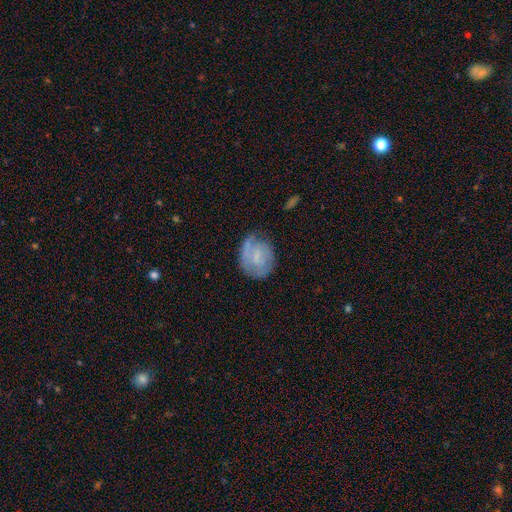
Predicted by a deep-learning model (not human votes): smooth-or-featured: smooth: 49% | featured or disk: 43% | star or artifact: 8%
  merging: none: 56% | minor disturbance: 30% | major disturbance: 13% | merger: 2%